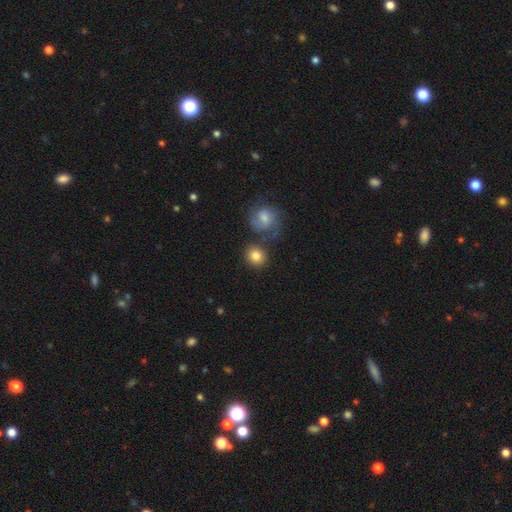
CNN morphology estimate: This appears to be a smooth galaxy with no disk features (84%) that is round (81%). Merging: none (69%).